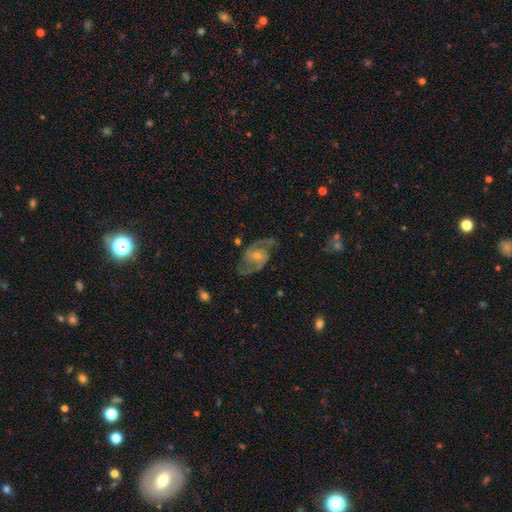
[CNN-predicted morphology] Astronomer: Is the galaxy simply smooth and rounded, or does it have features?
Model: featured or disk — 89%.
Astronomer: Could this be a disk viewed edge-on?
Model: no — 97%.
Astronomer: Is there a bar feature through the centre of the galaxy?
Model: no — 54% (runner-up: weak, 37%).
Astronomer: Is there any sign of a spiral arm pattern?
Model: yes — 98%.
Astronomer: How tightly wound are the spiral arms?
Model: medium — 59%.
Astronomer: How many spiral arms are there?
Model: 2 — 92%.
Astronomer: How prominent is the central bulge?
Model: small — 53% (runner-up: moderate, 40%).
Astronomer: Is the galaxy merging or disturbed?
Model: none — 79%.